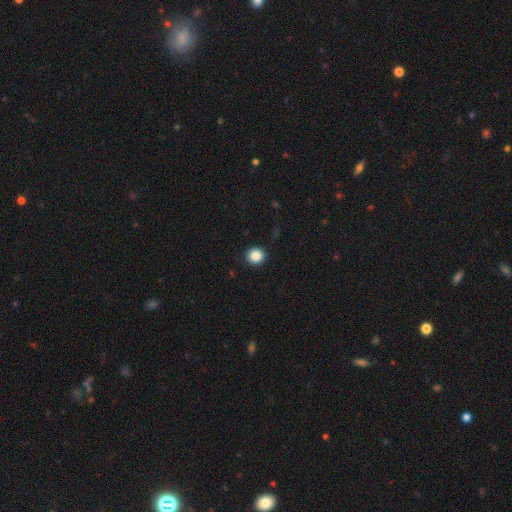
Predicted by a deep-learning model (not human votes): smooth 86%, star or artifact 10%, featured or disk 4%. Down the decision tree: how rounded — round (91%); merging — none (92%).